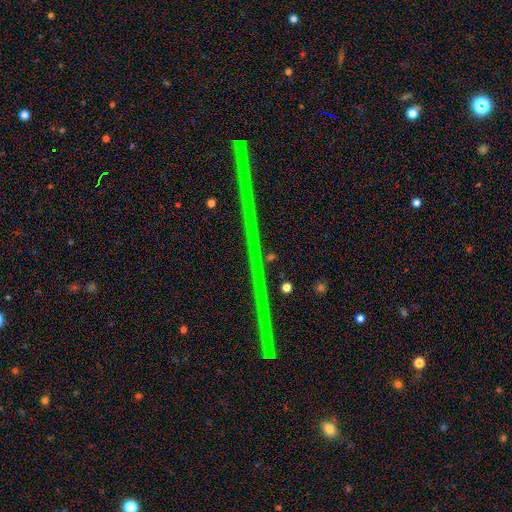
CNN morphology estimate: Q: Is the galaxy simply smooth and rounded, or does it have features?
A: star or artifact — 77%.